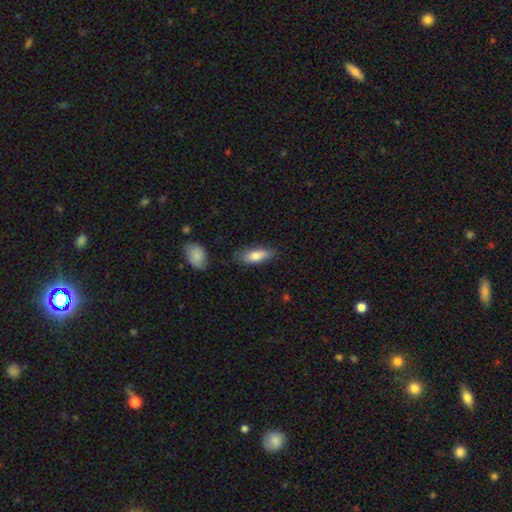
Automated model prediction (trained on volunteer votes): Smooth or featured? Predicted: smooth (p=0.81). How rounded? Predicted: in between (p=0.68). Merging? Predicted: none (p=0.70).